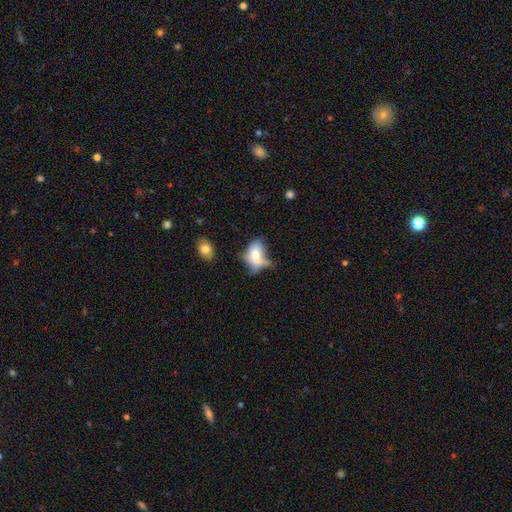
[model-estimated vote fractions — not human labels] smooth_or_featured: smooth (p=0.65) [alt: featured or disk p=0.26]
how_rounded: in between (p=0.82) [alt: round p=0.15]
merging: merger (p=0.32) [alt: none p=0.28]